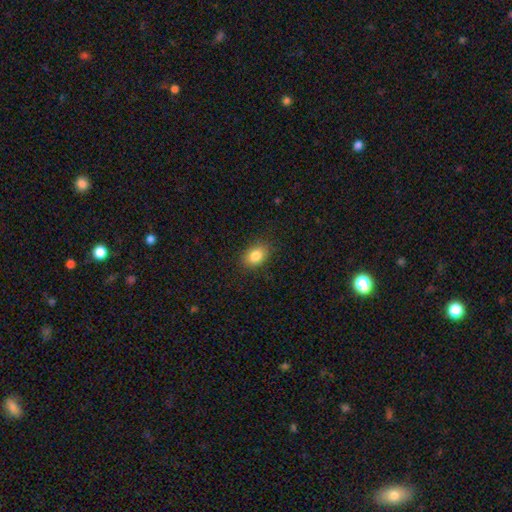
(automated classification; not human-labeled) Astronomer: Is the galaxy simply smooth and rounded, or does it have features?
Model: smooth — 84%.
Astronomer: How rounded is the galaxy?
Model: in between — 77%.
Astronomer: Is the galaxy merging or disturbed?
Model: none — 86%.